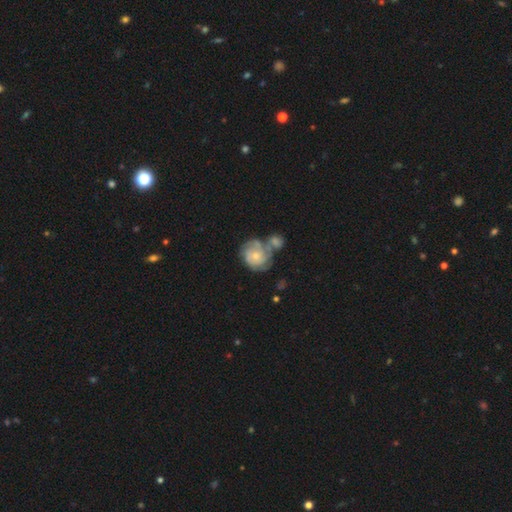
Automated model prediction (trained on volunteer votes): Morphology: type=featured or disk (62%); edge-on=no (98%); bar=no (79%); spiral arms=yes (79%); bulge=small (46%, tied with moderate); merging=merger (42%).